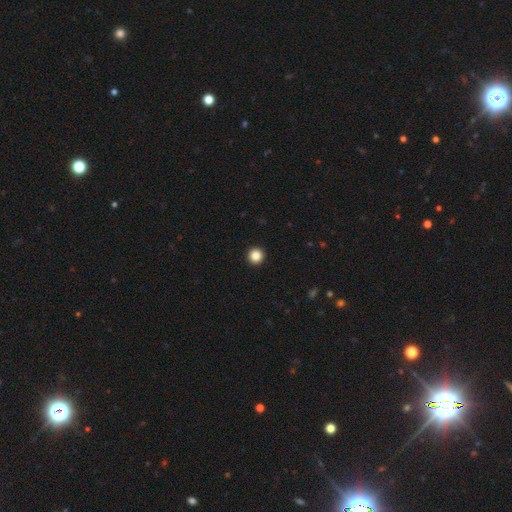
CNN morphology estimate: Overall: smooth (87%). How rounded: round (96%). Merging: none (94%).